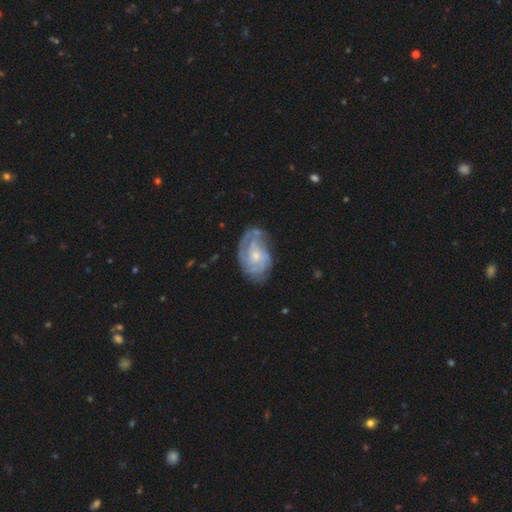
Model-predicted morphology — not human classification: smooth_or_featured: featured or disk (p=0.80) [alt: smooth p=0.14]
disk_edge_on: no (p=0.97) [alt: yes p=0.03]
bar: no (p=0.69) [alt: weak p=0.27]
has_spiral_arms: yes (p=0.91) [alt: no p=0.09]
spiral_winding: tight (p=0.57) [alt: medium p=0.33]
spiral_arm_count: can't tell (p=0.36) [alt: 2 p=0.31]
bulge_size: small (p=0.62) [alt: moderate p=0.32]
merging: none (p=0.64) [alt: minor disturbance p=0.23]